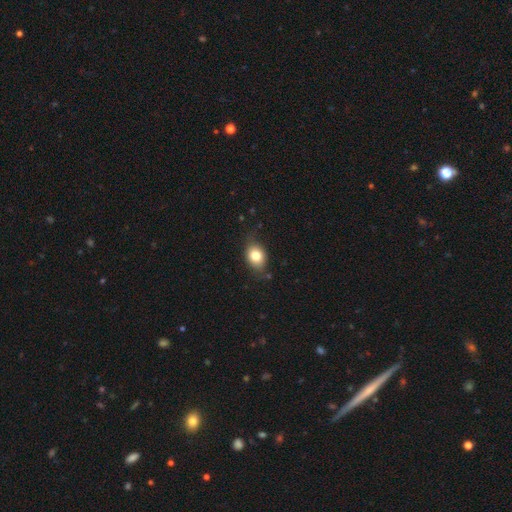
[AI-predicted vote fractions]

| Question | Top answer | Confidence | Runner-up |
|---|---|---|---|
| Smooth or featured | smooth | 80% | featured or disk (11%) |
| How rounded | in between | 62% | round (37%) |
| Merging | none | 74% | minor disturbance (20%) |